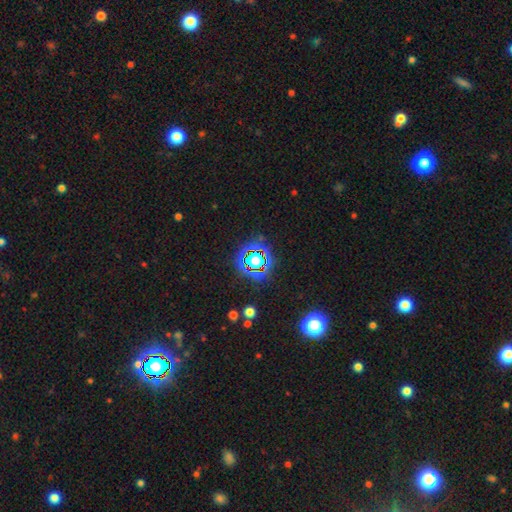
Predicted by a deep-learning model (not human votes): Morphology: type=star or artifact (80%).